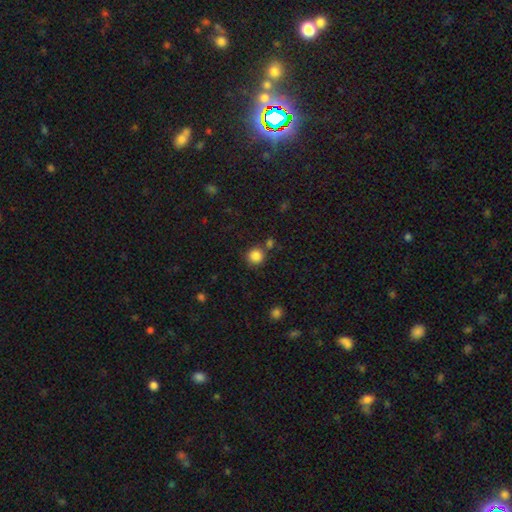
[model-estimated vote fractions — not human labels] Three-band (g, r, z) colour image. It shows a smooth galaxy with no disk features (85%) that is round (91%). Merging: none (74%).